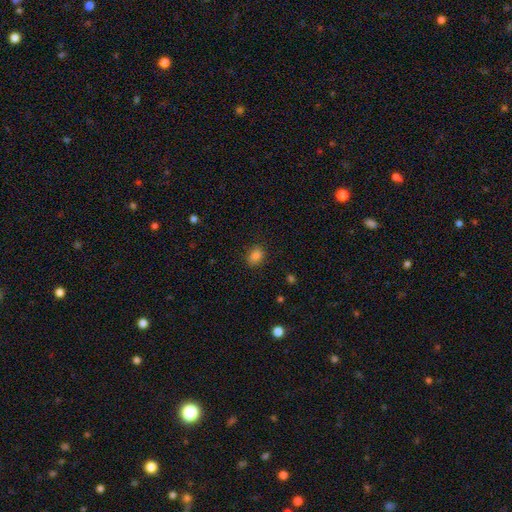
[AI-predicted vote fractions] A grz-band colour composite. It shows a smooth galaxy with no disk features (84%) that is in between round and cigar-shaped (66%). Merging: none (85%).